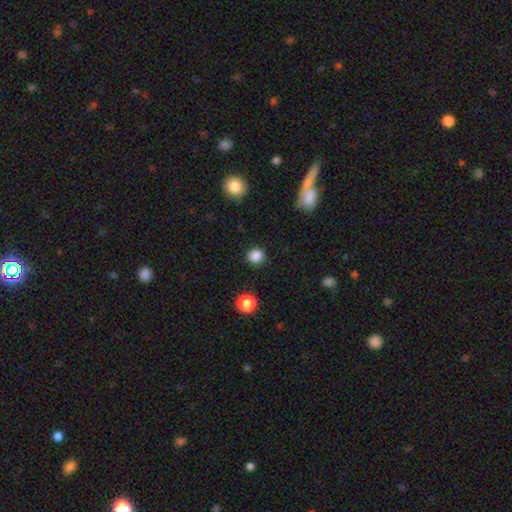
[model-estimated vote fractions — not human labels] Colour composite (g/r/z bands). It shows a smooth galaxy with no disk features (86%) that is round (88%). Merging: none (89%).